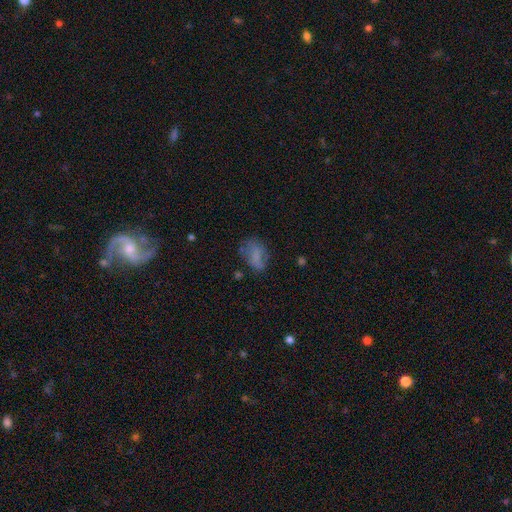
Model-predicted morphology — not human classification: smooth_or_featured: smooth (p=0.66) [alt: featured or disk p=0.23]
how_rounded: in between (p=0.83) [alt: round p=0.15]
merging: none (p=0.54) [alt: minor disturbance p=0.27]